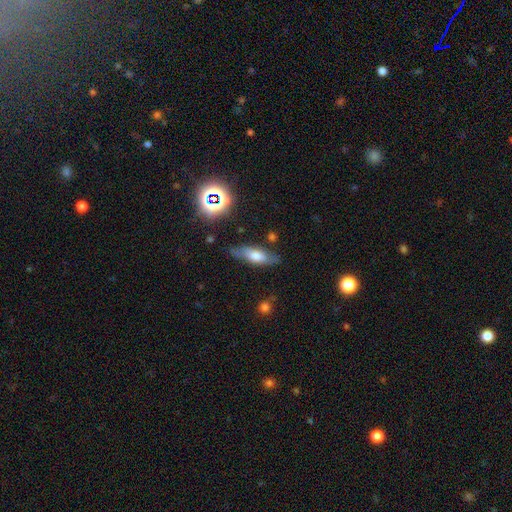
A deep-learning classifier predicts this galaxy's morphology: This appears to be a smooth galaxy with no disk features (51%) that is in between round and cigar-shaped (55%). Merging: none (73%).